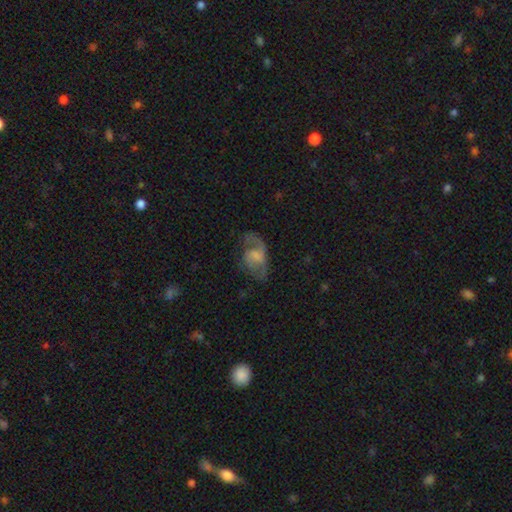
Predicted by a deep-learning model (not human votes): Smooth or featured: featured or disk — 66% (smooth — 25%)
Edge-on disk: no — 96% (yes — 4%)
Bar: weak — 45% (tied with no — 45%)
Spiral arms: yes — 86% (no — 14%)
Spiral winding: medium — 45% (loose — 39%)
Spiral arm count: 2 — 68% (1 — 19%)
Bulge size: small — 34% (none — 28%)
Merging: none — 54% (minor disturbance — 22%)